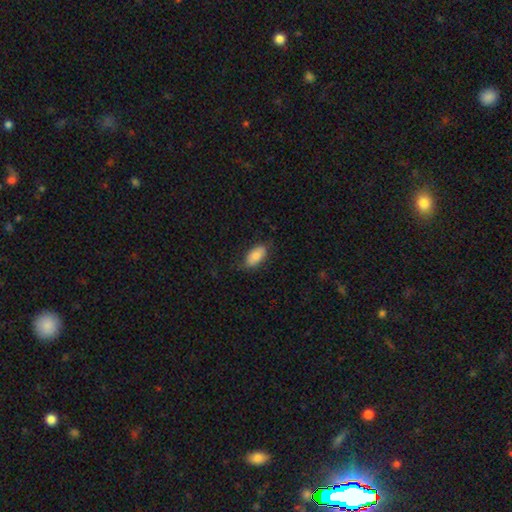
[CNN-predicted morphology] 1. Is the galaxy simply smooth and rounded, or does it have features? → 81% smooth, 12% featured or disk, 7% star or artifact.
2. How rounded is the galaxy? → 92% in between, 5% cigar-shaped, 3% round.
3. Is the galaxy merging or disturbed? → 76% none, 18% minor disturbance, 4% major disturbance, 1% merger.